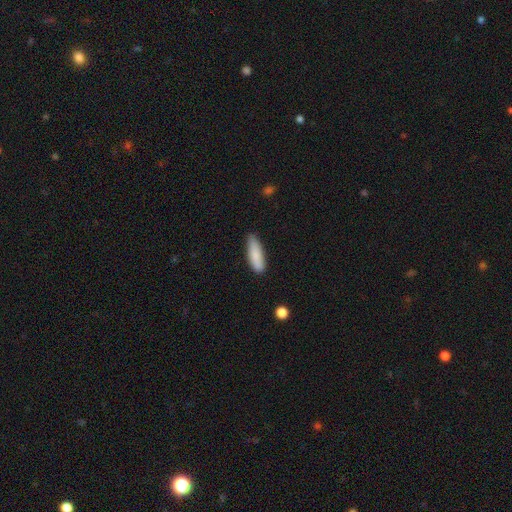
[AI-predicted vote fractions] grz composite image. It shows a smooth galaxy with no disk features (86%) that is cigar-shaped (52%). Merging: none (76%).